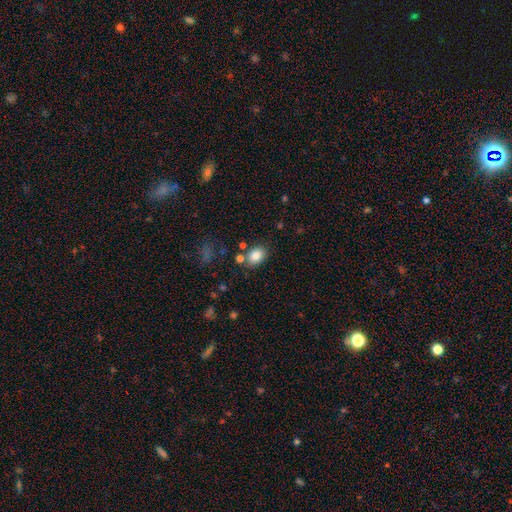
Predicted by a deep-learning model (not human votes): This appears to be a smooth galaxy with no disk features (84%) that is in between round and cigar-shaped (75%). Merging: none (76%).